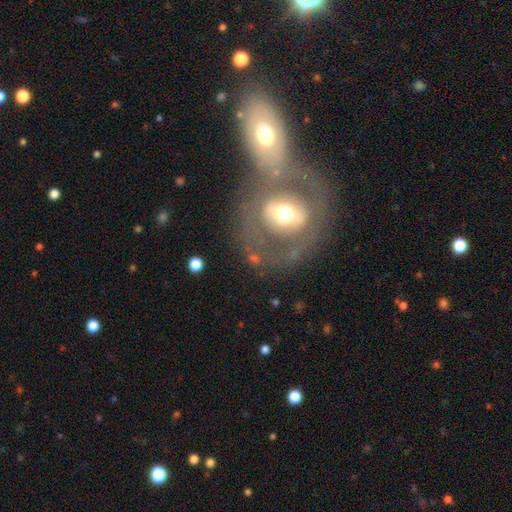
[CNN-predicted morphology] This is possibly a featured or disk galaxy (56%). It is clearly not viewed edge-on (93%). Bar: possibly no (50%). Spiral arm pattern: likely no (75%). Central bulge: likely moderate (70%). Merging: possibly none (48%).